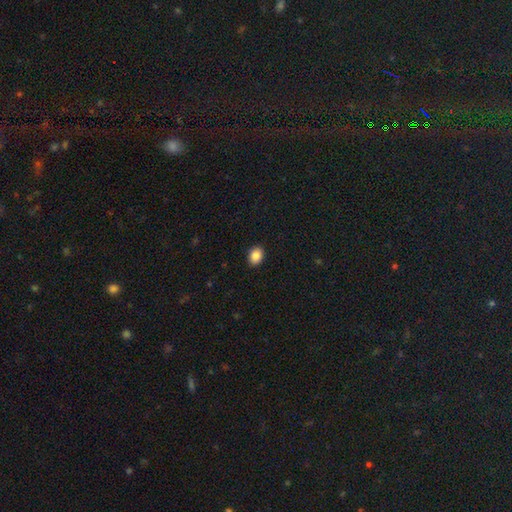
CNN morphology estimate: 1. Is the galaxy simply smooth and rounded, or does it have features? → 88% smooth, 8% star or artifact, 4% featured or disk.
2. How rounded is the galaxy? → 67% in between, 32% round, 1% cigar-shaped.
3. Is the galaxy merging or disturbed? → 90% none, 7% minor disturbance, 2% major disturbance, 1% merger.